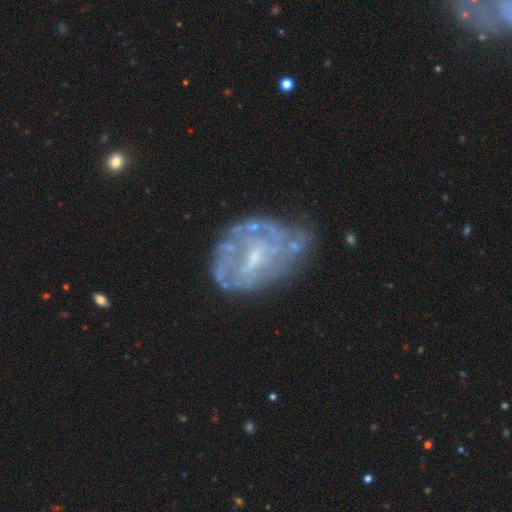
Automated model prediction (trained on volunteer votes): Overall: featured or disk (77%). Edge-on disk: no (97%). Bar: weak (47%; no 42%). Spiral arms: yes (60%; no 40%). Bulge size: small (59%; moderate 22%). Merging: none (51%; minor disturbance 25%).